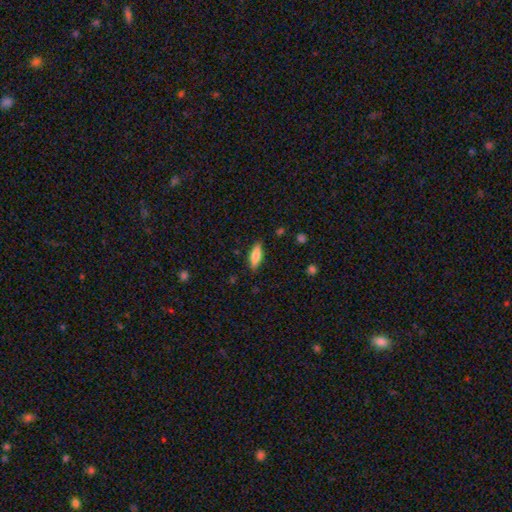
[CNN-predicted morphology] Smooth or featured: smooth — 77% (featured or disk — 17%)
How rounded: in between — 57% (cigar-shaped — 41%)
Merging: none — 85% (minor disturbance — 11%)